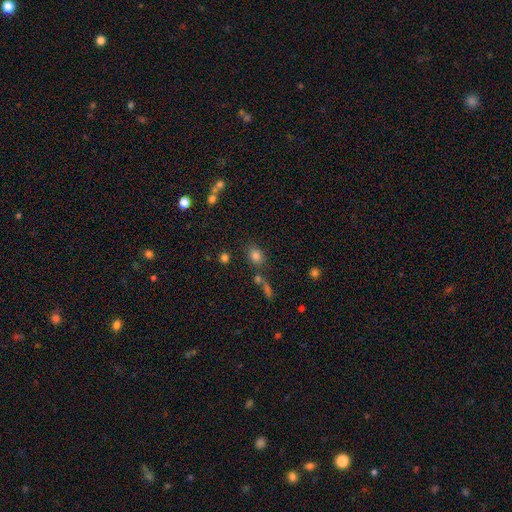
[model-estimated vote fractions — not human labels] Morphology: type=smooth (79%); roundness=in between (49%, tied with round); merging=none (73%).